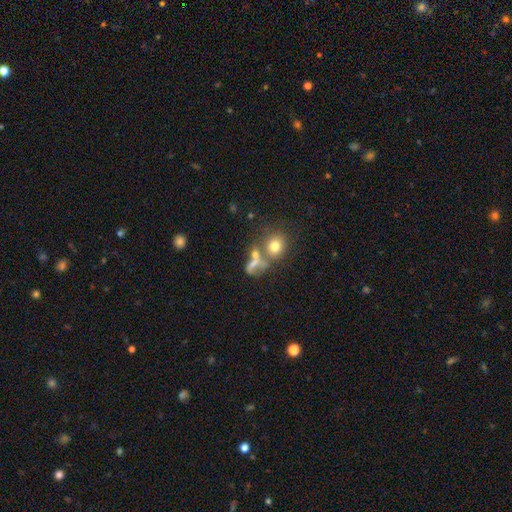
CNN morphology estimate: This appears to be a smooth galaxy with no disk features (61%) that is round (51%). Merging: merger (40%).